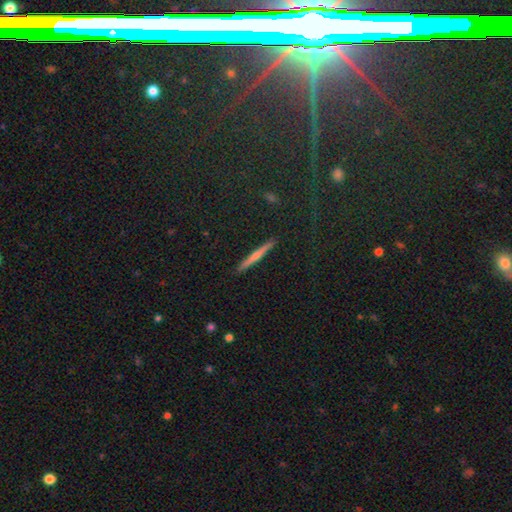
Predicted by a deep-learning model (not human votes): This is possibly a featured or disk galaxy (52%). It is clearly viewed edge-on (97%). Edge-on bulge: possibly rounded (57%). Merging: clearly none (91%).